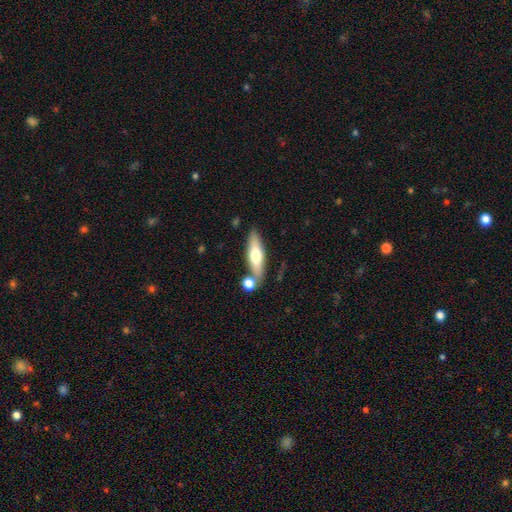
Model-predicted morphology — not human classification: A smooth galaxy with no disk features (59%) that is cigar-shaped (59%).

Vote fractions:
- Smooth or featured? smooth: 59% / featured or disk: 35% / star or artifact: 6%
- How rounded? cigar-shaped: 59% / in between: 38% / round: 3%
- Merging? none: 71% / merger: 13% / minor disturbance: 12% / major disturbance: 3%